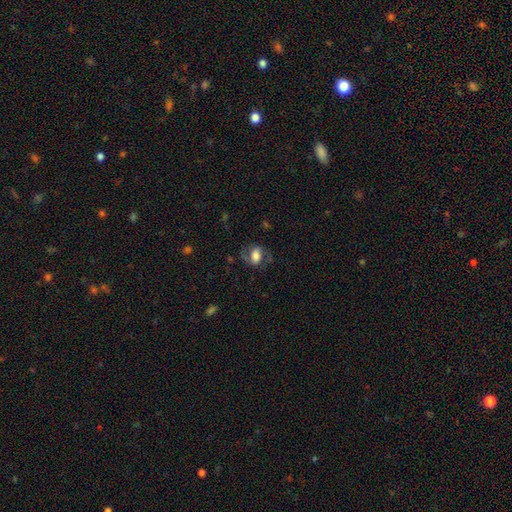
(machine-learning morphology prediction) This appears to be a smooth galaxy with no disk features (55%) that is in between round and cigar-shaped (79%). Merging: none (62%).